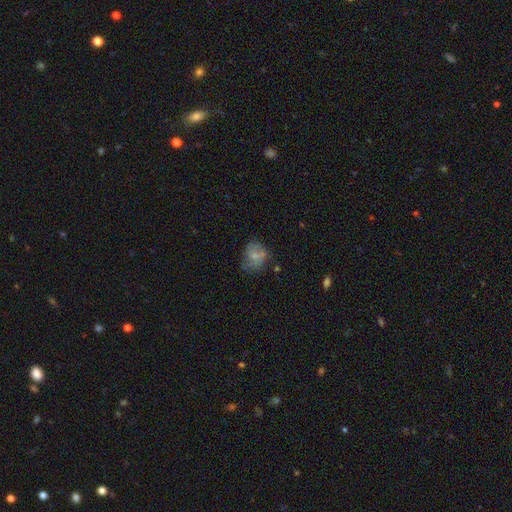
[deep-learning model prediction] Smooth or featured? Predicted: smooth (p=0.61). How rounded? Predicted: round (p=0.61). Merging? Predicted: none (p=0.49).